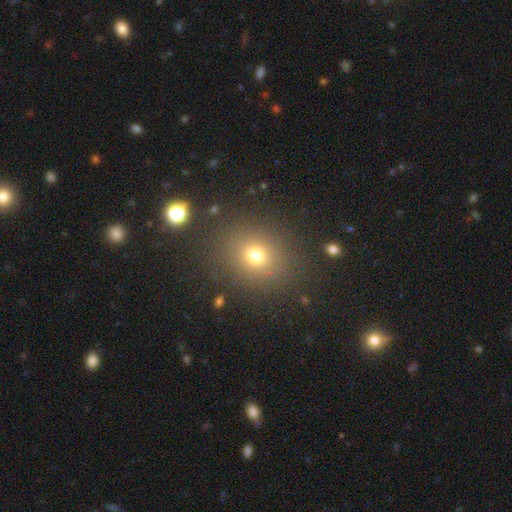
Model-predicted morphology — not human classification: Overall: smooth (72%). How rounded: round (70%). Merging: none (85%).